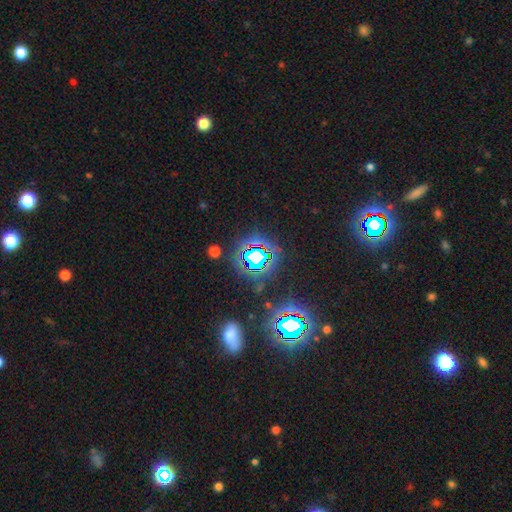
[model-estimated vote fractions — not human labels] This is likely a star or artifact rather than a galaxy (72%).